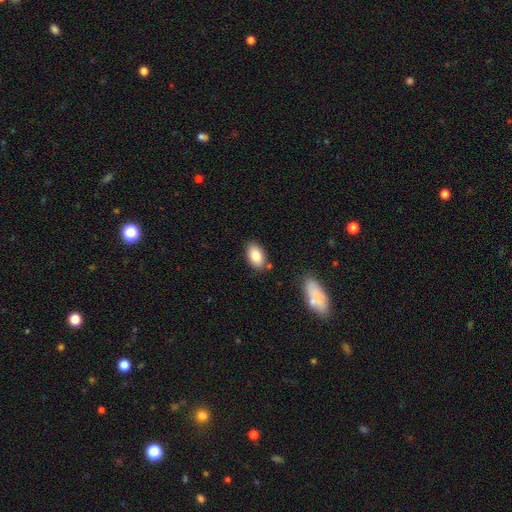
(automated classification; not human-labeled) A smooth galaxy with no disk features (84%) that is in between round and cigar-shaped (93%). Merging: none (82%).